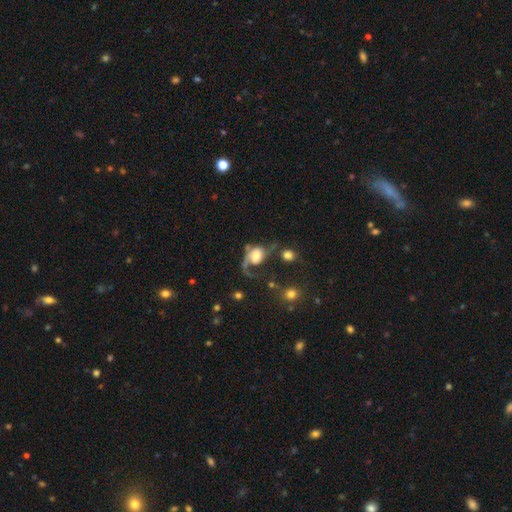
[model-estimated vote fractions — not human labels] A featured or disk galaxy (64%) with no bar (67%), 1 (65%) loose (55%) spiral arms (87%) and a large central bulge (40%). Merging: major disturbance (40%).